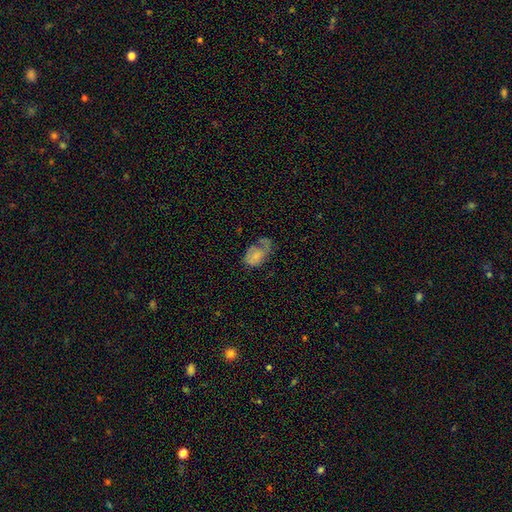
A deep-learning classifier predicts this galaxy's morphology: Overall: smooth (48%; featured or disk 42%). Merging: major disturbance (37%; none 30%).